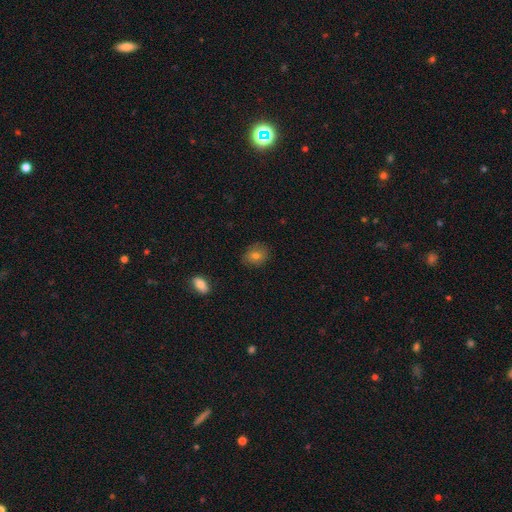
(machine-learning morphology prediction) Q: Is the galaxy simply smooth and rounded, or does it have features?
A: smooth — 75%.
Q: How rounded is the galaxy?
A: in between — 54%.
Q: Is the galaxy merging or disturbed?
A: none — 82%.